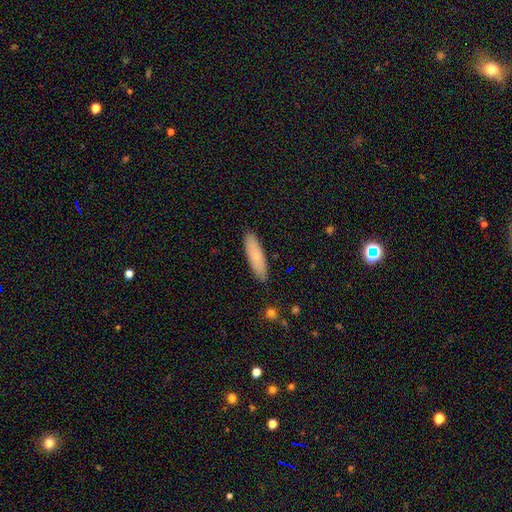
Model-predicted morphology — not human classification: smooth-or-featured: smooth: 76% | featured or disk: 18% | star or artifact: 6%
  how-rounded: cigar-shaped: 63% | in between: 35% | round: 2%
  merging: none: 88% | minor disturbance: 9% | major disturbance: 2% | merger: 1%